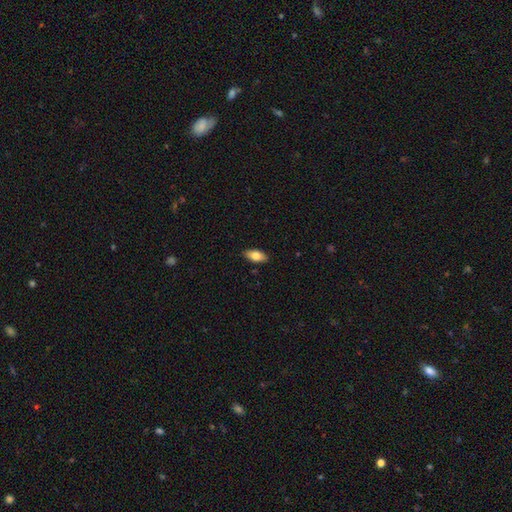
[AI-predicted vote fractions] A smooth galaxy with no disk features (77%) that is in between round and cigar-shaped (89%). Merging: none (88%).